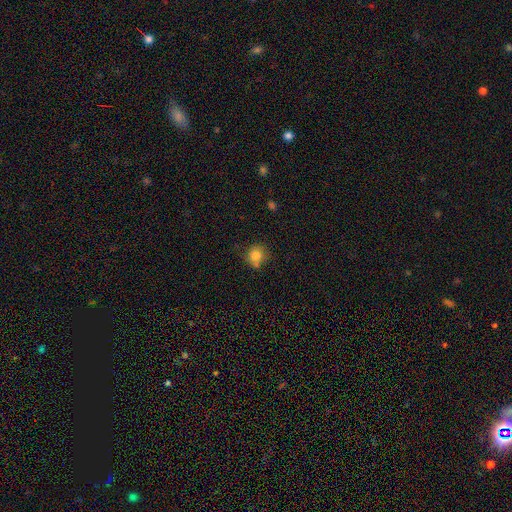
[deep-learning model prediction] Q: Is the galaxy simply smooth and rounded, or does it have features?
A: smooth — 81%.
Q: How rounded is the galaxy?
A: round — 86%.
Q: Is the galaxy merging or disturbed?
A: none — 67%.